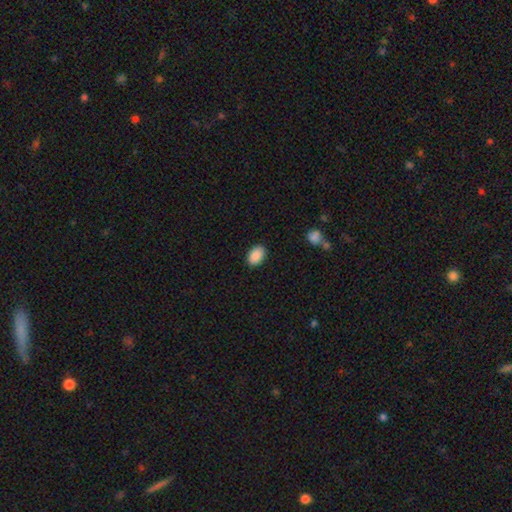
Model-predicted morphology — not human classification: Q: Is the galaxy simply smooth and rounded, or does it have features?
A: smooth — 90%.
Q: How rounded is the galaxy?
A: in between — 87%.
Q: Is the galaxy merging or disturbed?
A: none — 88%.